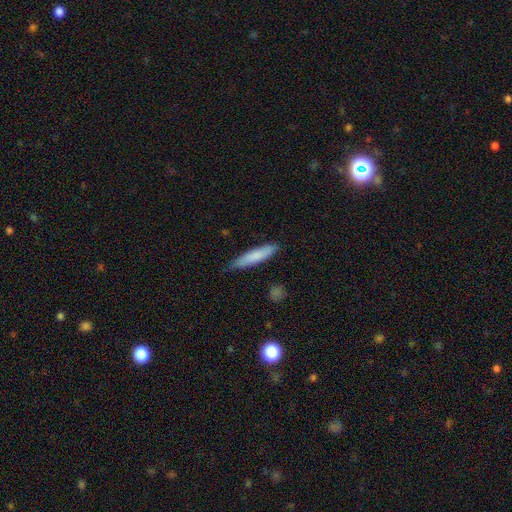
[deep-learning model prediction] Smooth or featured: smooth — 77% (featured or disk — 17%)
How rounded: cigar-shaped — 85% (in between — 13%)
Merging: none — 81% (minor disturbance — 16%)